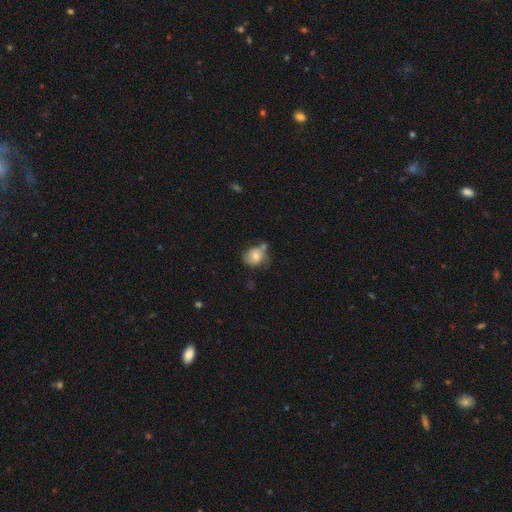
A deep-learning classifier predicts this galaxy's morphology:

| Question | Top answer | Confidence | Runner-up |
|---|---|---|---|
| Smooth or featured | smooth | 69% | featured or disk (21%) |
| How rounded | round | 63% | in between (35%) |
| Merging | none | 46% | minor disturbance (26%) |